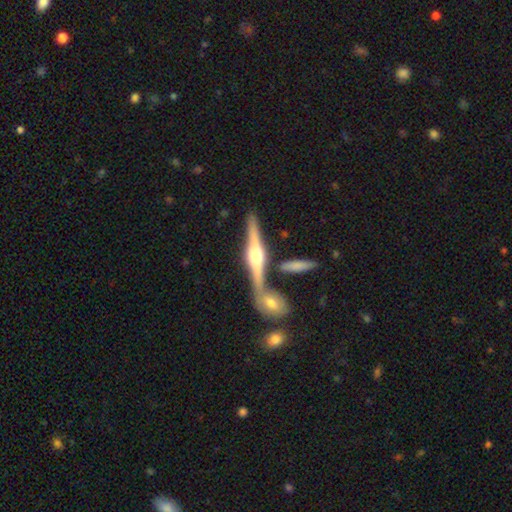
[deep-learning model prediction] Overall: featured or disk (81%). Edge-on disk: yes (97%). Edge-on bulge: rounded (91%). Merging: none (72%).